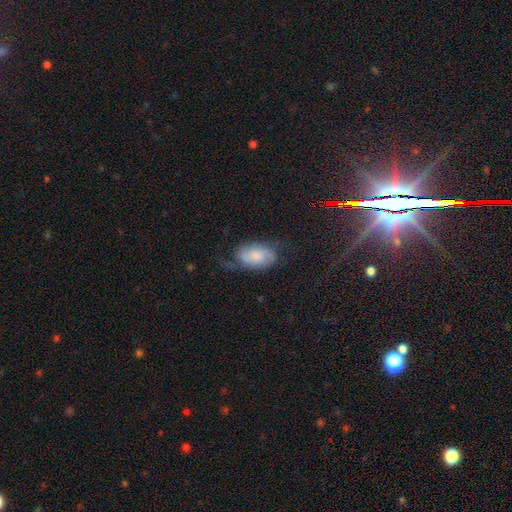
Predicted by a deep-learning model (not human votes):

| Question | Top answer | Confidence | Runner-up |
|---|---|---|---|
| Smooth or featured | featured or disk | 46% | smooth (43%) |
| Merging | none | 49% | minor disturbance (28%) |